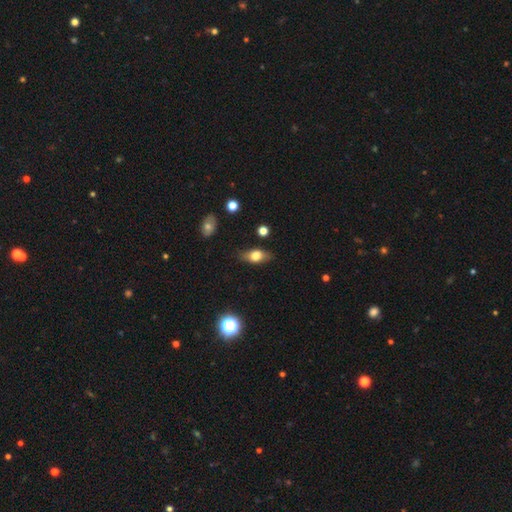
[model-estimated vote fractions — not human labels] smooth-or-featured: smooth: 64% | featured or disk: 27% | star or artifact: 9%
  how-rounded: in between: 77% | cigar-shaped: 12% | round: 11%
  merging: none: 79% | minor disturbance: 16% | major disturbance: 4% | merger: 2%